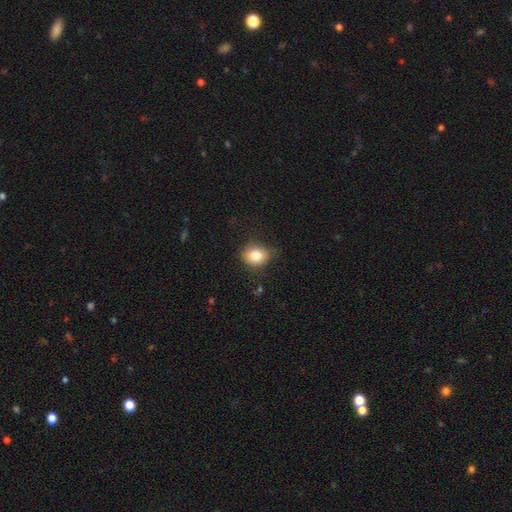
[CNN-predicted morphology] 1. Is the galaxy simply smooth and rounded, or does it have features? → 83% smooth, 10% star or artifact, 7% featured or disk.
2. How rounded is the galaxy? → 64% round, 35% in between, 1% cigar-shaped.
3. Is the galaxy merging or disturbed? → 71% none, 23% minor disturbance, 5% major disturbance, 1% merger.